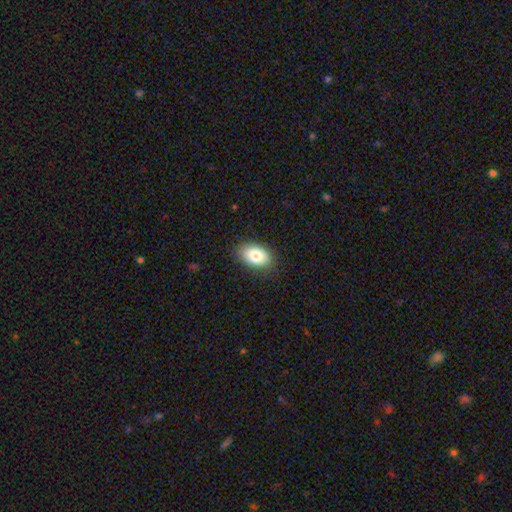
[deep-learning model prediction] This is clearly a smooth galaxy (83%). How rounded: clearly in between (90%). Merging: clearly none (86%).